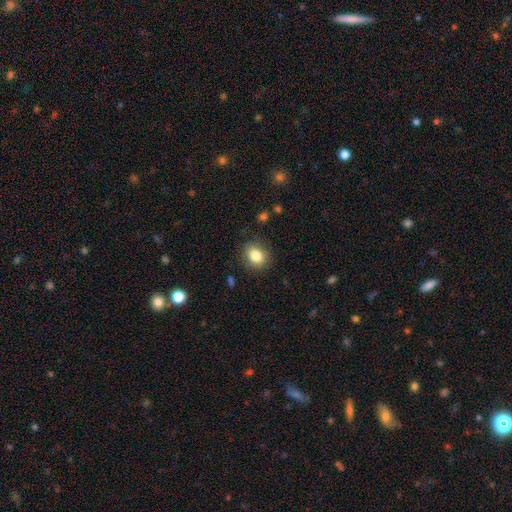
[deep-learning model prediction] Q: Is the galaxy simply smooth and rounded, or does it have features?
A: smooth — 82%.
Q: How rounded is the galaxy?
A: round — 57%.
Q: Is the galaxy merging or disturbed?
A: none — 85%.